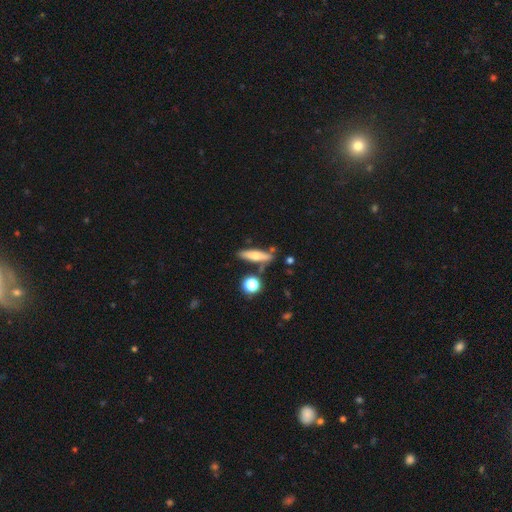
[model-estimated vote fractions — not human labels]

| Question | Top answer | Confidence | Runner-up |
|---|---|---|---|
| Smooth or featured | smooth | 53% | featured or disk (38%) |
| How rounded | cigar-shaped | 72% | in between (24%) |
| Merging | none | 76% | minor disturbance (13%) |